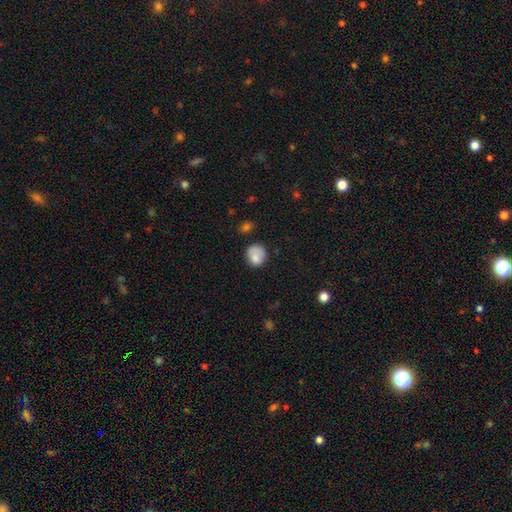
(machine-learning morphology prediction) Q: Smooth or featured?
A: smooth (78%); runner-up: featured or disk (13%)
Q: How rounded?
A: round (74%); runner-up: in between (25%)
Q: Merging?
A: none (60%); runner-up: minor disturbance (24%)